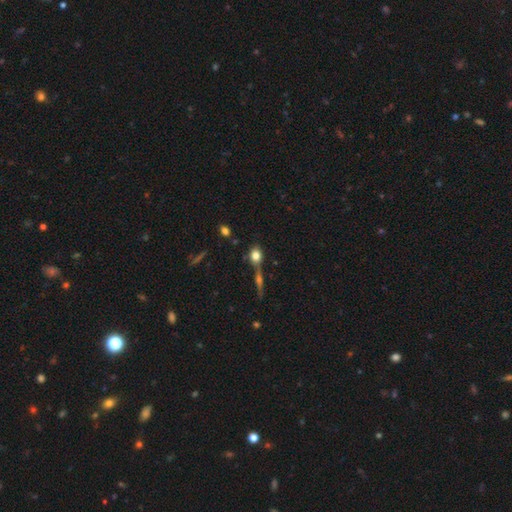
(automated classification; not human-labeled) Smooth or featured?
  - smooth: 74% *
  - featured or disk: 15%
  - star or artifact: 12%
How rounded?
  - round: 49% *
  - in between: 45%
  - cigar-shaped: 6%
Merging?
  - none: 50% *
  - merger: 32%
  - minor disturbance: 12%
  - major disturbance: 6%